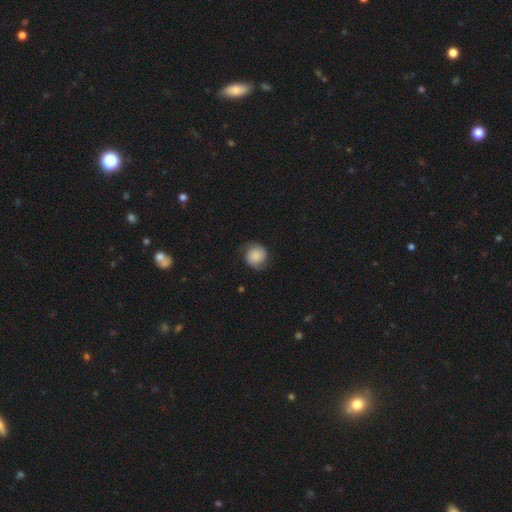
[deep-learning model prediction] The model was most divided on "smooth or featured": smooth: 64%, featured or disk: 28%, star or artifact: 8%. More confident: how rounded — round (87%); merging — none (74%).